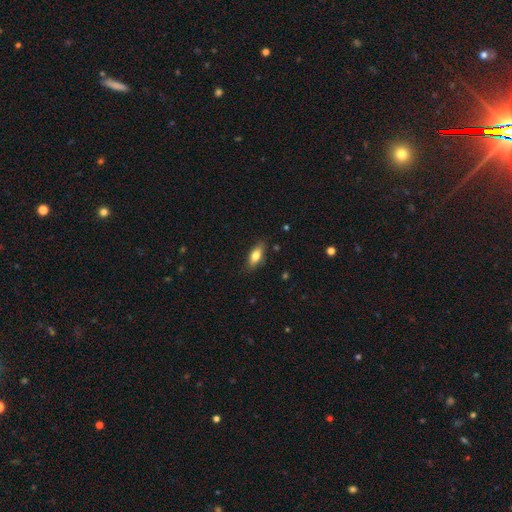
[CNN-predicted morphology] smooth 77%, featured or disk 15%, star or artifact 7%. Down the decision tree: how rounded — in between (81%); merging — none (82%).